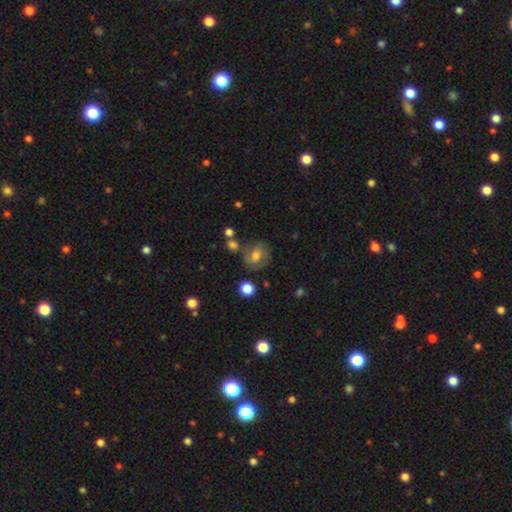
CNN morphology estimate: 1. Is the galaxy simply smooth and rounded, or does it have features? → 61% smooth, 28% featured or disk, 11% star or artifact.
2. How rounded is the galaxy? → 67% round, 31% in between, 1% cigar-shaped.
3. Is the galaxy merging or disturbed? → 63% none, 20% minor disturbance, 9% major disturbance, 8% merger.